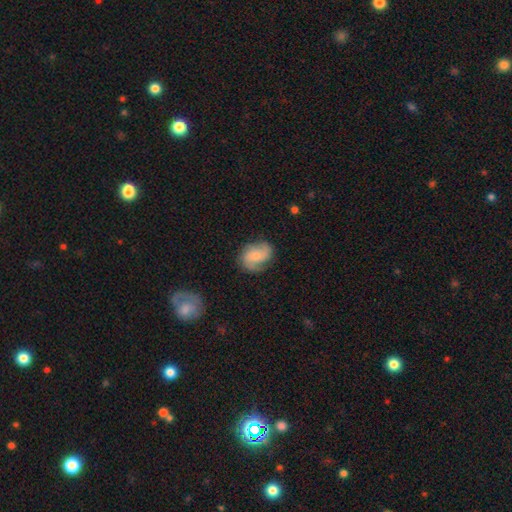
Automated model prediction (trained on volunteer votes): This is possibly a featured or disk galaxy (59%). It is clearly not viewed edge-on (97%). Bar: likely no (64%). Spiral arm pattern: clearly yes (92%). Spiral arm count: likely 2 (69%). Spiral winding: possibly medium (45%). Central bulge: possibly small (53%). Merging: likely none (71%).